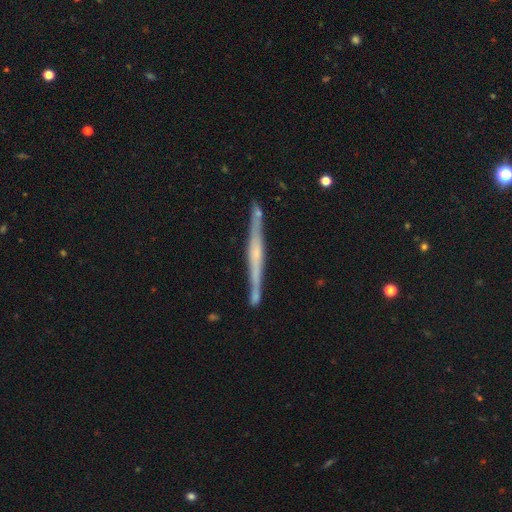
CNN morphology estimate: smooth_or_featured: featured or disk (p=0.73) [alt: smooth p=0.20]
disk_edge_on: yes (p=0.97) [alt: no p=0.03]
edge_on_bulge: none (p=0.44) [alt: rounded p=0.39]
merging: none (p=0.83) [alt: minor disturbance p=0.10]